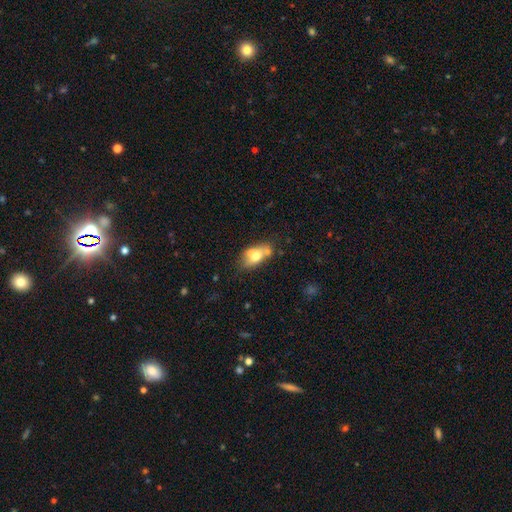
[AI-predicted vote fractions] Smooth or featured: smooth — 61% (featured or disk — 30%)
How rounded: in between — 82% (round — 12%)
Merging: none — 40% (merger — 30%)